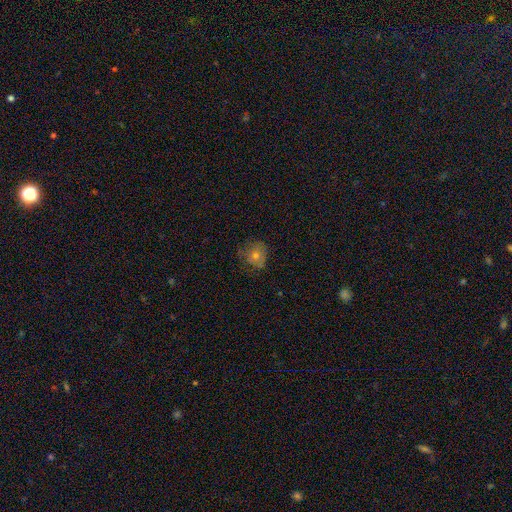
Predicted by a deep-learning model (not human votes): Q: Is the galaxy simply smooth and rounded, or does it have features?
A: smooth — 52%.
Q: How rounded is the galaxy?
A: round — 84%.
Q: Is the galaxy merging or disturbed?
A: none — 70%.